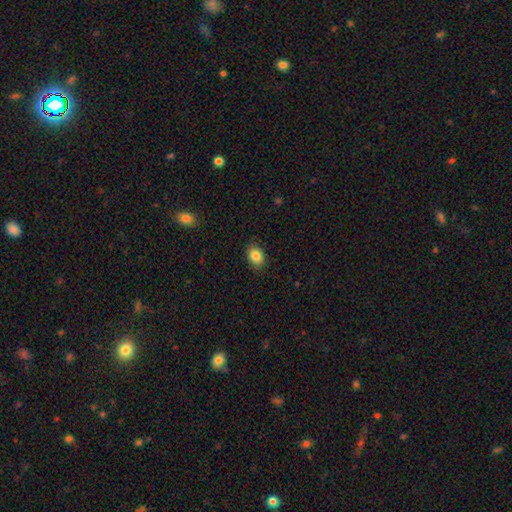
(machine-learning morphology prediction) smooth 85%, star or artifact 9%, featured or disk 6%. Down the decision tree: how rounded — in between (70%); merging — none (88%).